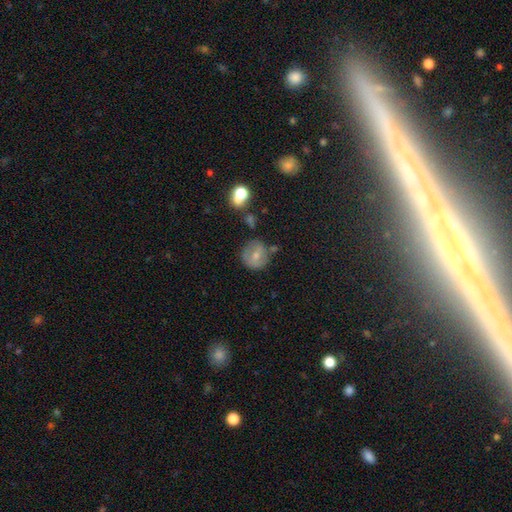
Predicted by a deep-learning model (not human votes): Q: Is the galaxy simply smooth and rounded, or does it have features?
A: smooth — 62%.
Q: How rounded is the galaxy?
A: round — 87%.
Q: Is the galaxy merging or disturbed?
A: none — 65%.